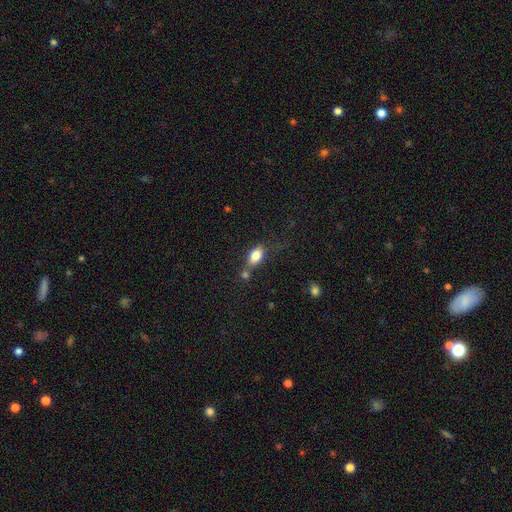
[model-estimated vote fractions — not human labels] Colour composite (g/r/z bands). It shows a smooth galaxy with no disk features (80%) that is in between round and cigar-shaped (86%). Merging: none (53%).